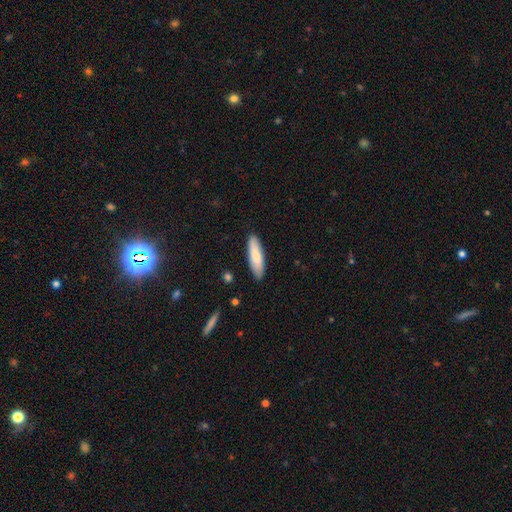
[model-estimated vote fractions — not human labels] This is clearly a smooth galaxy (84%). How rounded: possibly cigar-shaped (59%). Merging: clearly none (88%).